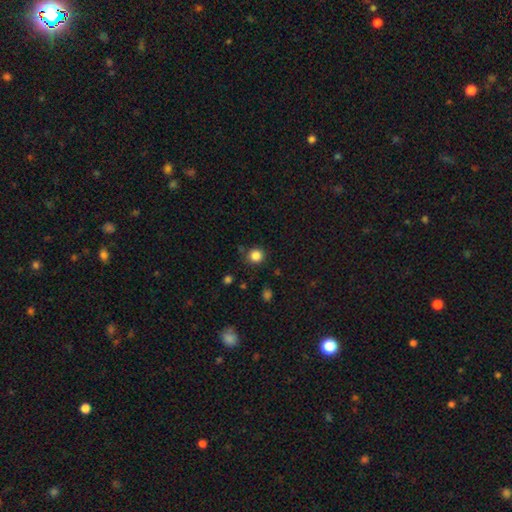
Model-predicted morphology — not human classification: Smooth or featured? Predicted: smooth (p=0.85). How rounded? Predicted: round (p=0.93). Merging? Predicted: none (p=0.85).